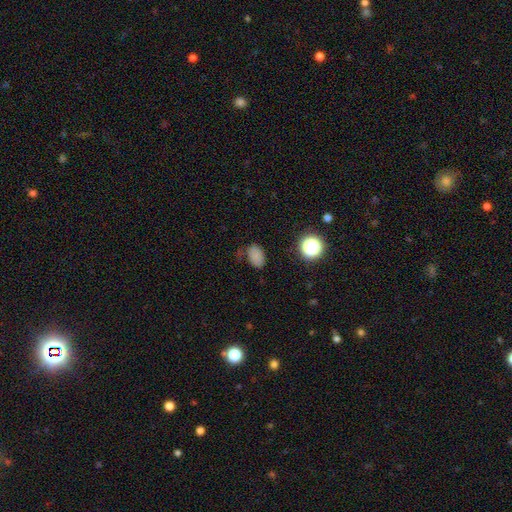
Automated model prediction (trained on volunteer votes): Smooth or featured? smooth (79%)
How rounded? in between (86%)
Merging? none (71%)